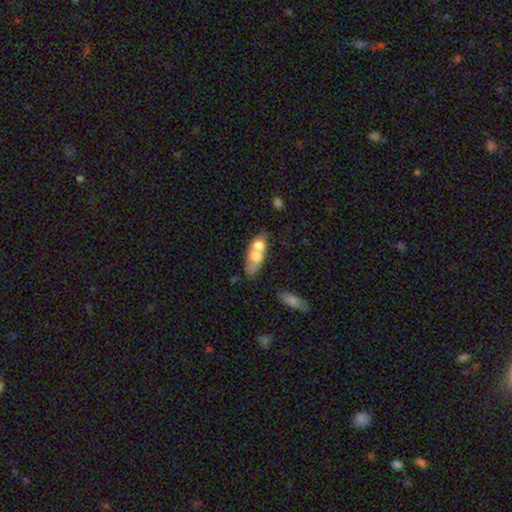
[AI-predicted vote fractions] smooth-or-featured: smooth: 62% | featured or disk: 31% | star or artifact: 7%
  how-rounded: in between: 70% | cigar-shaped: 21% | round: 9%
  merging: merger: 56% | none: 24% | minor disturbance: 12% | major disturbance: 8%